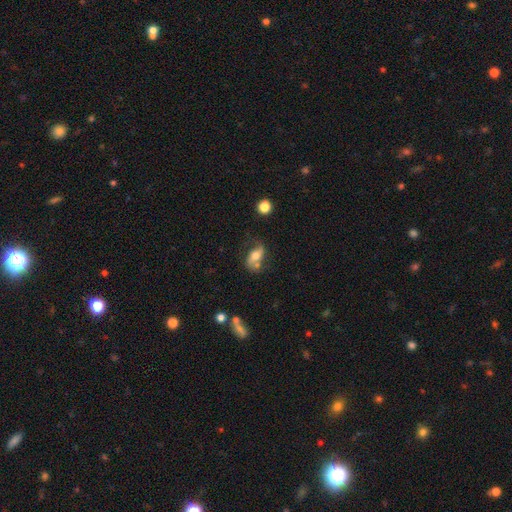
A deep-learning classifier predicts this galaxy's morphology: type=featured or disk (60%); edge-on=no (92%); bar=no (58%); spiral arms=yes (82%); bulge=moderate (65%); merging=none (49%).